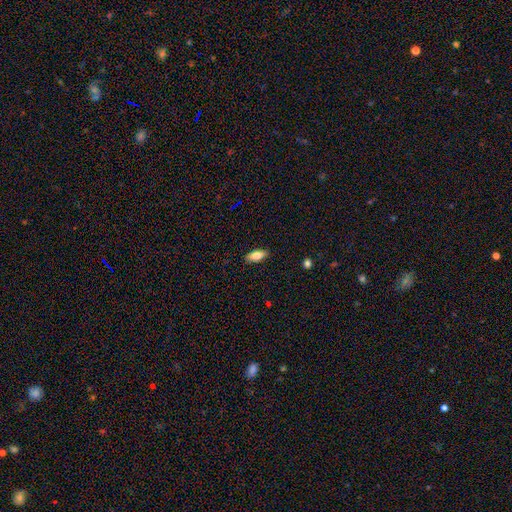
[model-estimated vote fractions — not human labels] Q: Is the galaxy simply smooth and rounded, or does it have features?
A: smooth — 74%.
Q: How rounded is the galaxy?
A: in between — 81%.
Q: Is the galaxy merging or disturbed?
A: none — 89%.